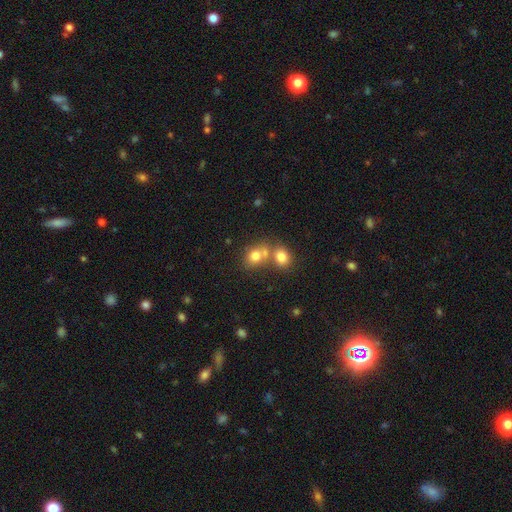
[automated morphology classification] Overall: smooth (76%). How rounded: round (56%; in between 43%). Merging: merger (49%; none 38%).